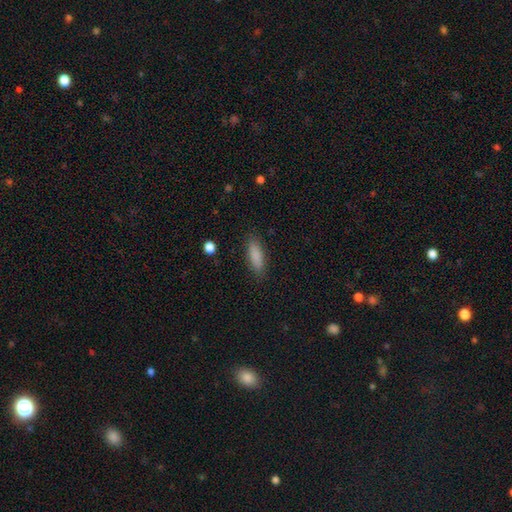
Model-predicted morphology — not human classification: smooth-or-featured: smooth: 86% | star or artifact: 7% | featured or disk: 6%
  how-rounded: in between: 55% | cigar-shaped: 43% | round: 2%
  merging: none: 87% | minor disturbance: 9% | major disturbance: 3% | merger: 1%